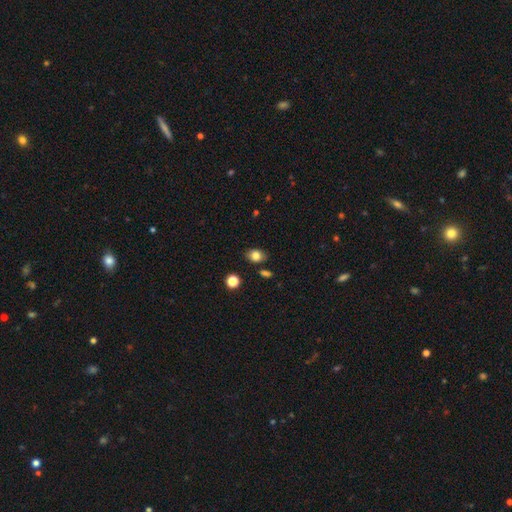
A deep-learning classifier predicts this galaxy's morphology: Smooth or featured? Predicted: smooth (p=0.80). How rounded? Predicted: in between (p=0.66). Merging? Predicted: none (p=0.81).